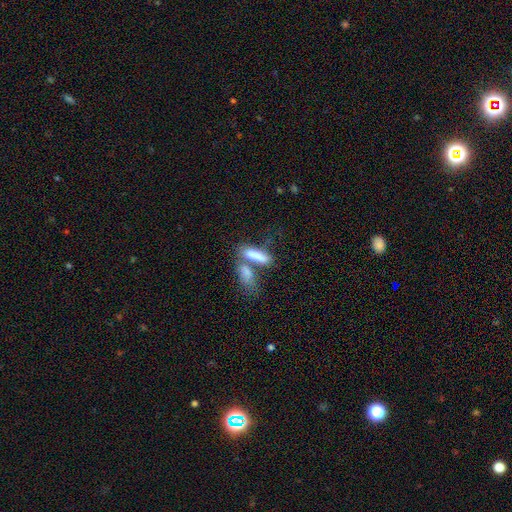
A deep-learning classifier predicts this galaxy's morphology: This appears to be a smooth galaxy with no disk features (78%) that is in between round and cigar-shaped (51%). Merging: merger (56%).